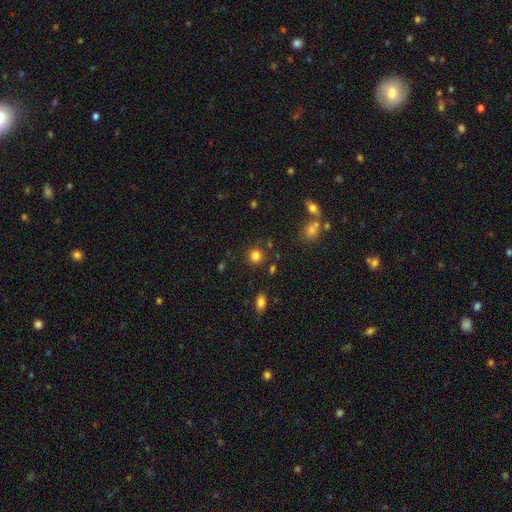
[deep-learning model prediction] smooth_or_featured: smooth (p=0.82) [alt: star or artifact p=0.13]
how_rounded: round (p=0.89) [alt: in between p=0.10]
merging: none (p=0.85) [alt: minor disturbance p=0.08]